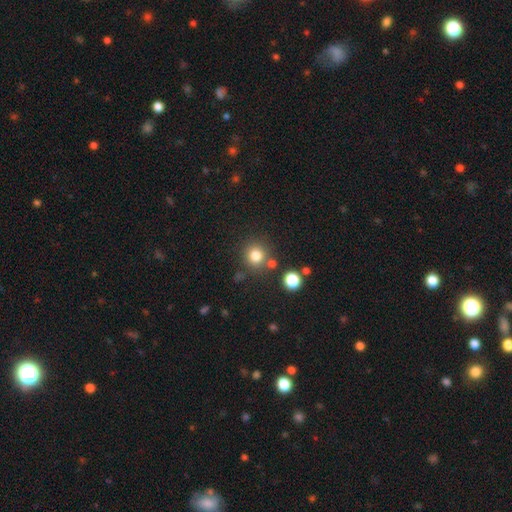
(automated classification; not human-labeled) smooth 80%, star or artifact 14%, featured or disk 7%. Down the decision tree: how rounded — round (93%); merging — none (80%).